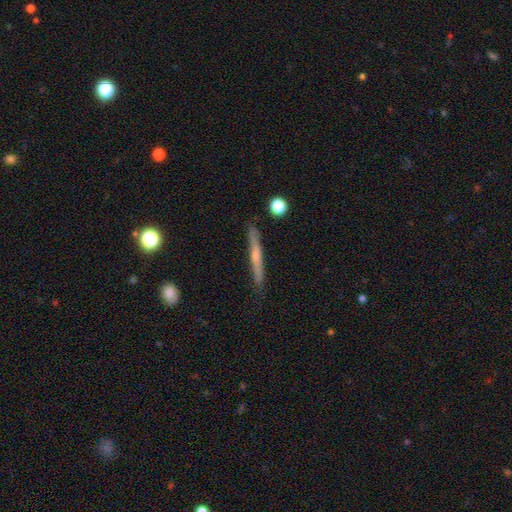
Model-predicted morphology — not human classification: This appears to be a featured or disk galaxy (56%) viewed edge-on (96%) with a rounded central bulge (53%). Merging: none (87%).